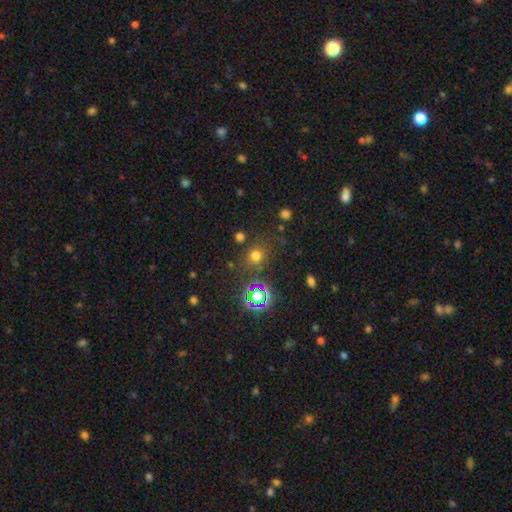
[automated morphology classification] This appears to be a smooth galaxy with no disk features (66%) that is round (83%). Merging: none (79%).